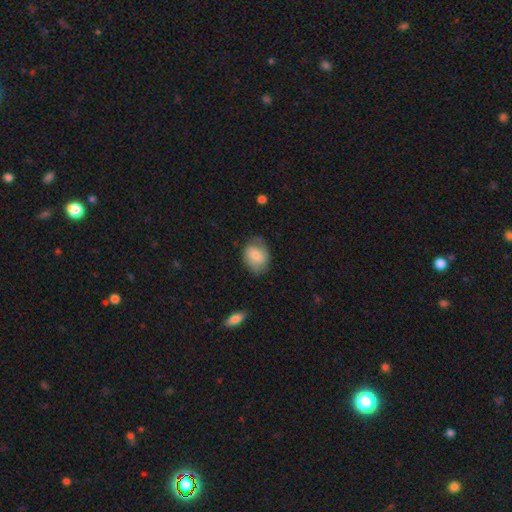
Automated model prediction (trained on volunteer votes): smooth_or_featured: smooth (p=0.75) [alt: featured or disk p=0.18]
how_rounded: in between (p=0.66) [alt: round p=0.33]
merging: none (p=0.64) [alt: minor disturbance p=0.27]